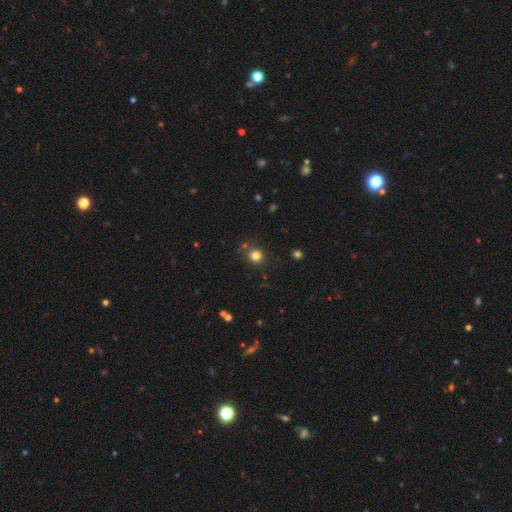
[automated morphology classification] Smooth or featured? smooth (80%)
How rounded? round (90%)
Merging? none (82%)